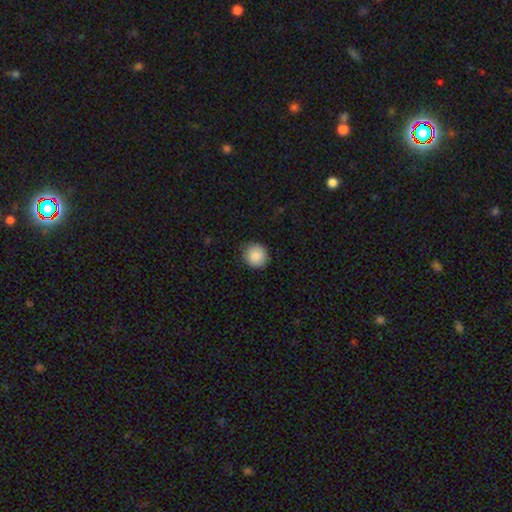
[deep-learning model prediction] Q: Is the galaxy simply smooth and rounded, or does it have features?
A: smooth — 88%.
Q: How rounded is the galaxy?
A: round — 93%.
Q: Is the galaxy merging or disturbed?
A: none — 88%.